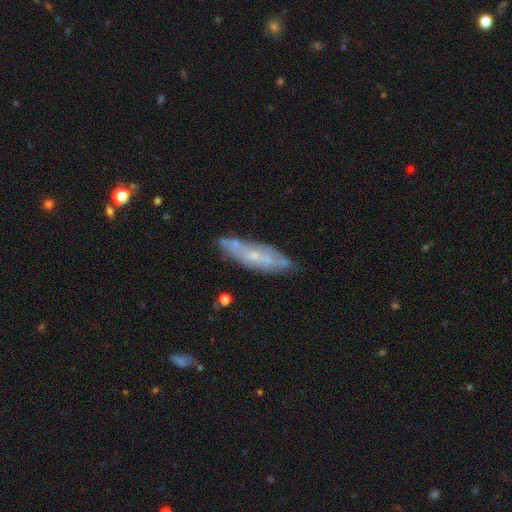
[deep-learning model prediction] smooth-or-featured: featured or disk: 62% | smooth: 31% | star or artifact: 7%
  disk-edge-on: no: 69% | yes: 31%
  merging: none: 70% | minor disturbance: 20% | major disturbance: 5% | merger: 5%